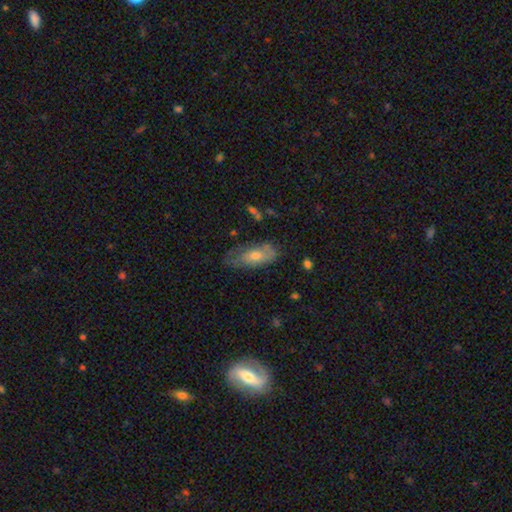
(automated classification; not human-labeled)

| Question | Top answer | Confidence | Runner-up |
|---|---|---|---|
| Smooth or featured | smooth | 55% | featured or disk (37%) |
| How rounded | in between | 81% | cigar-shaped (16%) |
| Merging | none | 55% | minor disturbance (31%) |